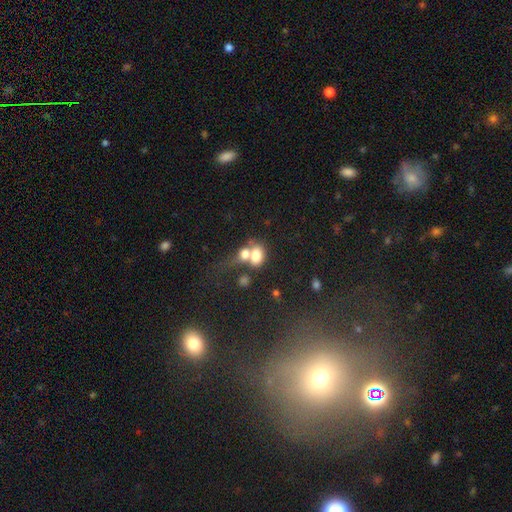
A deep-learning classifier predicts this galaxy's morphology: smooth_or_featured: smooth (p=0.73) [alt: featured or disk p=0.16]
how_rounded: in between (p=0.72) [alt: round p=0.26]
merging: merger (p=0.63) [alt: none p=0.21]